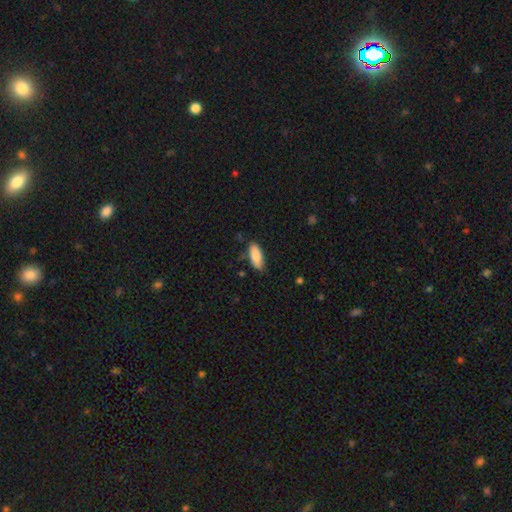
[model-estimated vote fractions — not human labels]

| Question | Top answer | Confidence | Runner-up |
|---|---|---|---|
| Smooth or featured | smooth | 87% | featured or disk (7%) |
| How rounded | in between | 80% | cigar-shaped (19%) |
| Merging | none | 77% | minor disturbance (18%) |